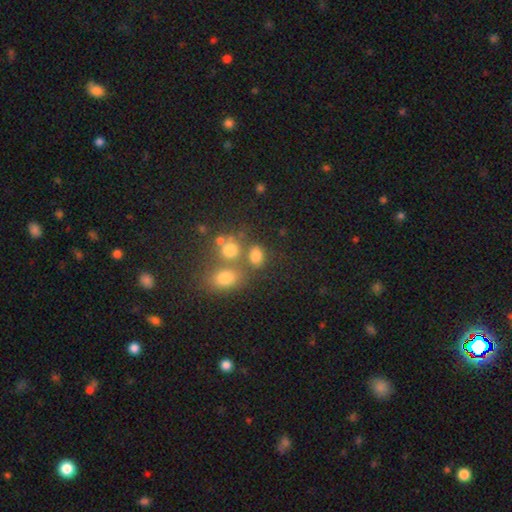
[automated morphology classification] This appears to be a smooth galaxy with no disk features (76%) that is in between round and cigar-shaped (59%). Merging: none (52%).